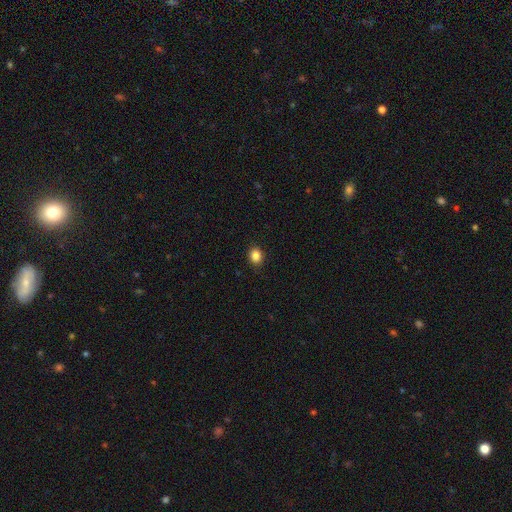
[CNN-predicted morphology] This is clearly a smooth galaxy (86%). How rounded: possibly round (60%). Merging: clearly none (90%).